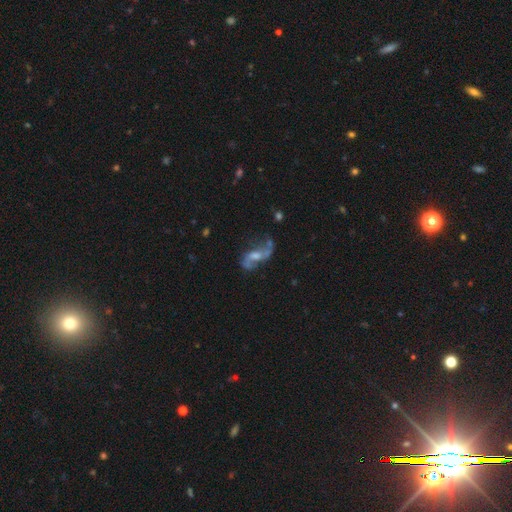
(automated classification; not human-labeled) Smooth or featured? featured or disk (77%)
Edge-on disk? no (93%)
Bar? weak (44%)
Spiral arms? yes (88%)
Spiral winding? loose (74%)
Spiral arm count? 2 (87%)
Bulge size? moderate (43%)
Merging? none (52%)